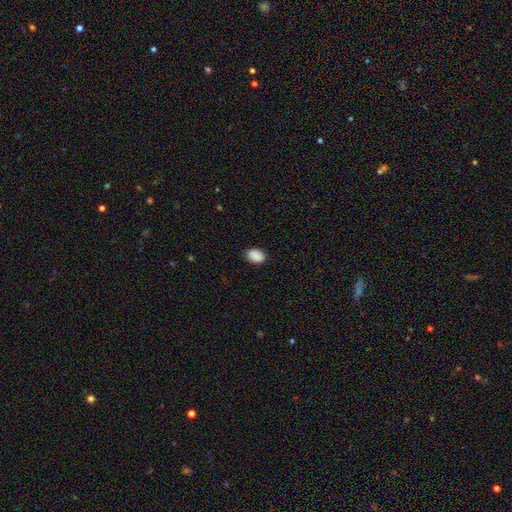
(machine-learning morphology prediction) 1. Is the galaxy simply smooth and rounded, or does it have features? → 90% smooth, 8% star or artifact, 3% featured or disk.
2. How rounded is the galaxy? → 81% in between, 18% round, 1% cigar-shaped.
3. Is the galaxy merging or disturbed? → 86% none, 11% minor disturbance, 2% major disturbance, 1% merger.